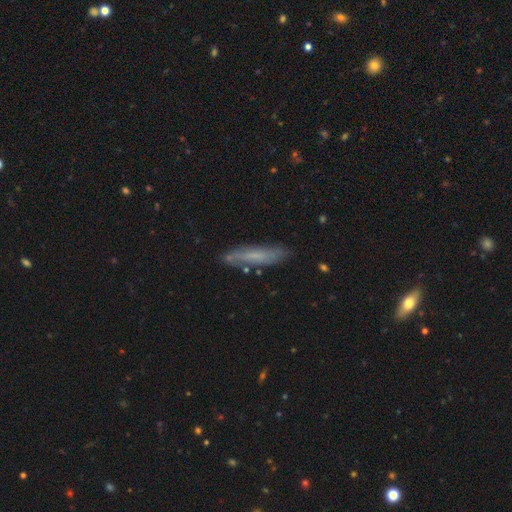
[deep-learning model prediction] Smooth or featured? smooth (57%)
How rounded? cigar-shaped (84%)
Merging? none (78%)